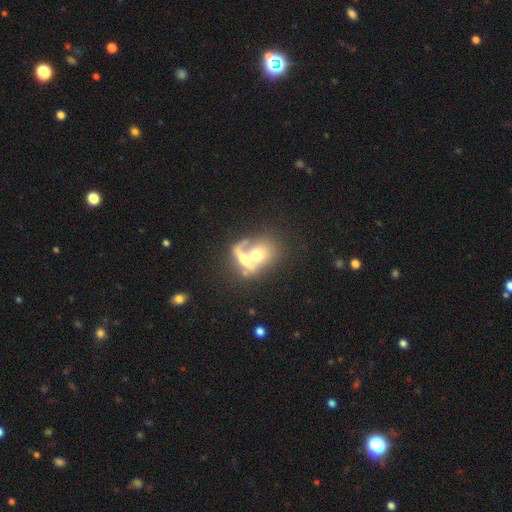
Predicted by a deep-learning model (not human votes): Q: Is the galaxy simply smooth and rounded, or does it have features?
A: smooth — 48%.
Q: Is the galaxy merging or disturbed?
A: merger — 67%.